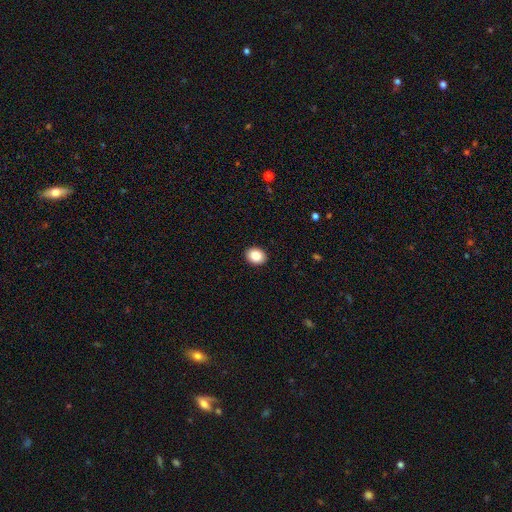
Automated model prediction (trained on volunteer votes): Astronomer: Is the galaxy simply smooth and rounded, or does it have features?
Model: smooth — 86%.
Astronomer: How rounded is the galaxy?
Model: in between — 51% (runner-up: round, 49%).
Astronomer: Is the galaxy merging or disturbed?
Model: none — 92%.